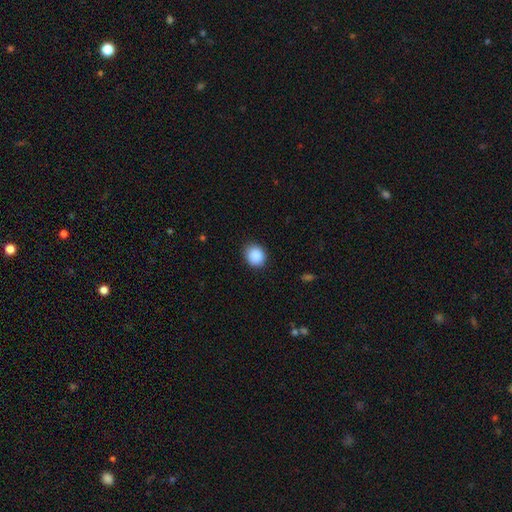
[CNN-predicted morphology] A smooth galaxy with no disk features (89%) that is round (76%).

Vote fractions:
- Smooth or featured? smooth: 89% / star or artifact: 8% / featured or disk: 3%
- How rounded? round: 76% / in between: 24% / cigar-shaped: 1%
- Merging? none: 83% / minor disturbance: 13% / major disturbance: 3% / merger: 1%